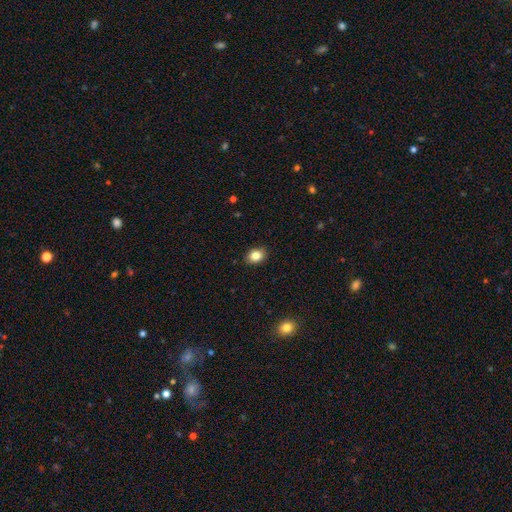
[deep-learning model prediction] smooth 84%, star or artifact 9%, featured or disk 7%. Down the decision tree: how rounded — in between (69%); merging — none (89%).